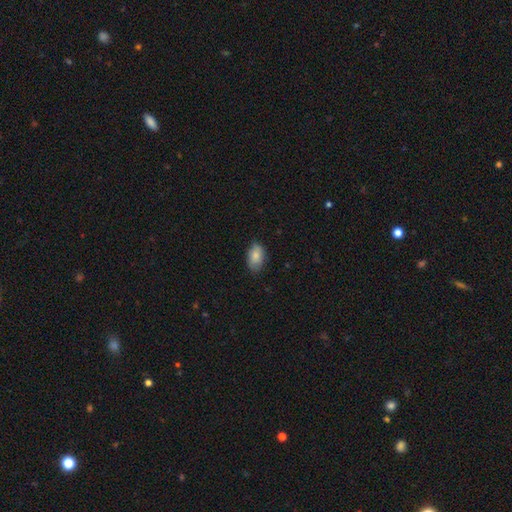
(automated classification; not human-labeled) This is clearly a smooth galaxy (84%). How rounded: clearly in between (91%). Merging: likely none (76%).